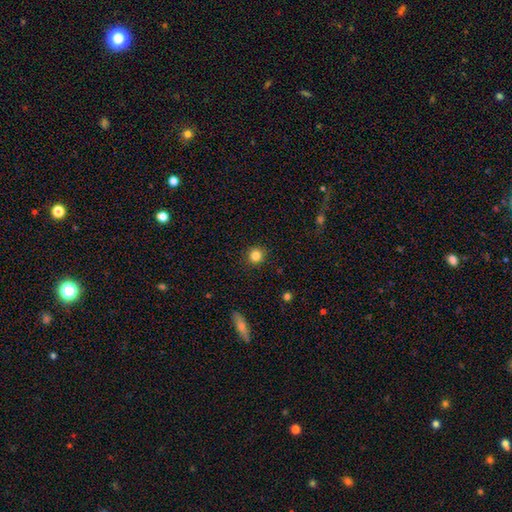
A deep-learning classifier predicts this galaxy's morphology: Smooth or featured? smooth (84%)
How rounded? round (92%)
Merging? none (91%)